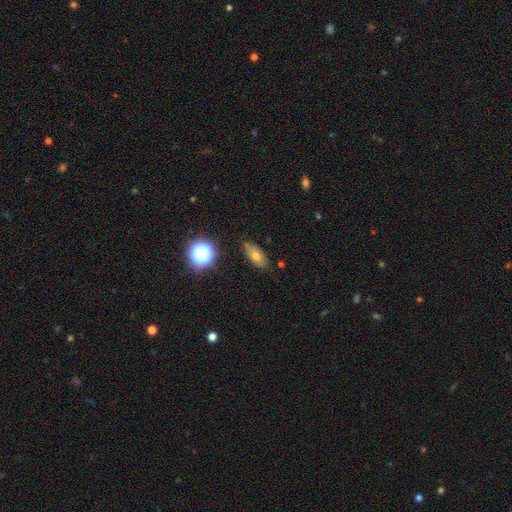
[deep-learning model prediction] A smooth galaxy with no disk features (68%) that is in between round and cigar-shaped (78%). Merging: none (78%).